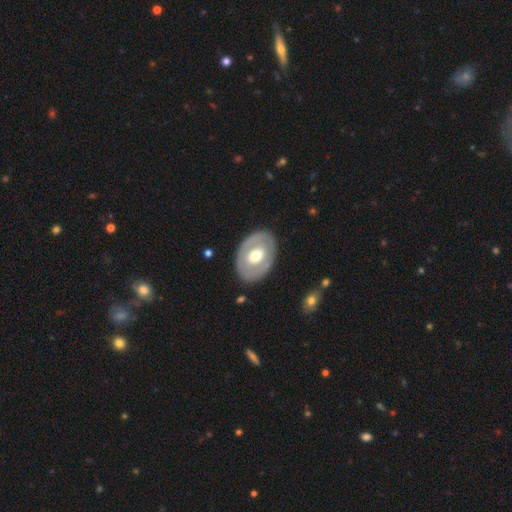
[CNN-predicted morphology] Q: Smooth or featured?
A: featured or disk (53%); runner-up: smooth (42%)
Q: Edge-on disk?
A: no (91%); runner-up: yes (9%)
Q: Merging?
A: none (83%); runner-up: minor disturbance (11%)